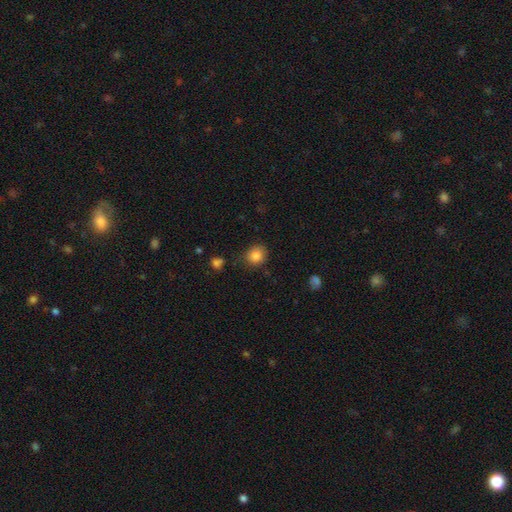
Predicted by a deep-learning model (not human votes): A smooth galaxy with no disk features (86%) that is round (77%). Merging: none (78%).